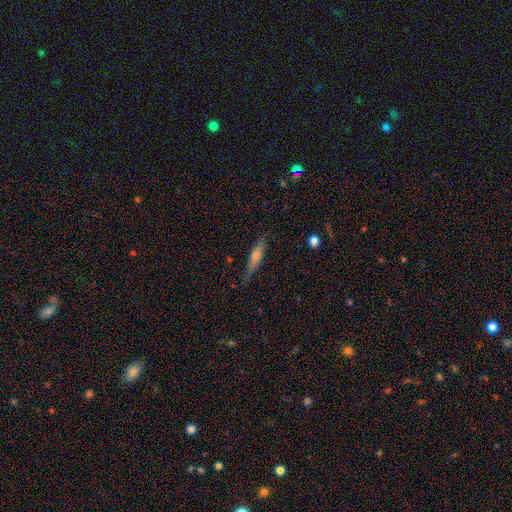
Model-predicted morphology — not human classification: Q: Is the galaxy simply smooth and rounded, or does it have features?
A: featured or disk — 56%.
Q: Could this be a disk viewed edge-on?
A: yes — 94%.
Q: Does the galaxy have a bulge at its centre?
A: rounded — 73%.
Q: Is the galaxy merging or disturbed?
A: none — 80%.